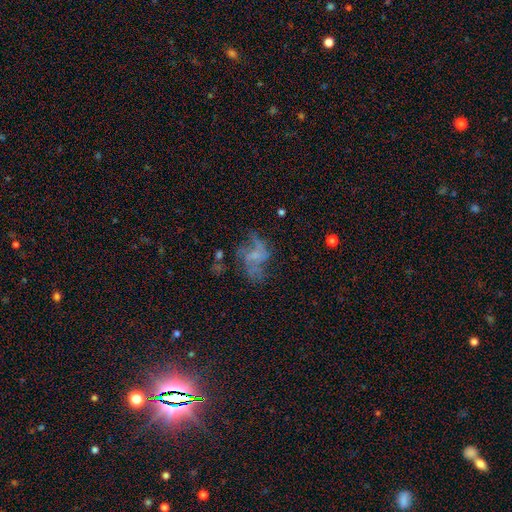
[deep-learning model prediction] Smooth or featured: featured or disk — 63% (smooth — 21%)
Edge-on disk: no — 97% (yes — 3%)
Bar: no — 69% (weak — 26%)
Spiral arms: yes — 65% (no — 35%)
Bulge size: small — 49% (none — 34%)
Merging: none — 45% (major disturbance — 31%)